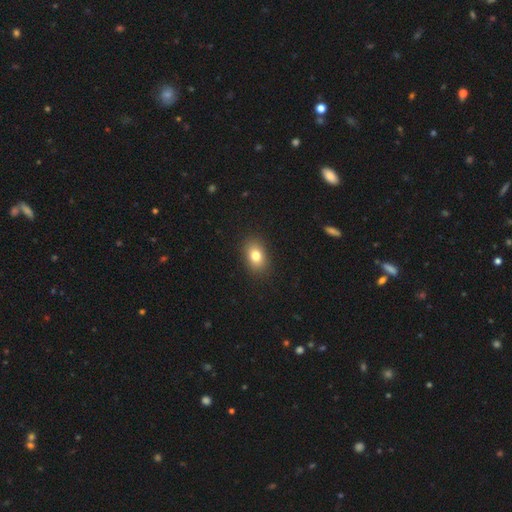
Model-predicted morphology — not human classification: A smooth galaxy with no disk features (80%) that is in between round and cigar-shaped (77%). Merging: none (88%).